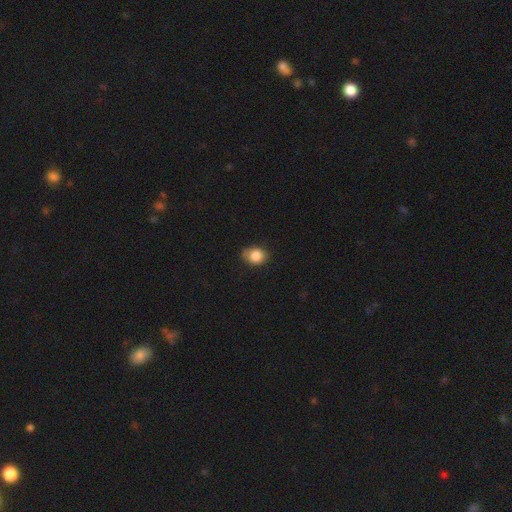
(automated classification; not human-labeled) smooth 84%, star or artifact 9%, featured or disk 7%. Down the decision tree: how rounded — in between (51%); merging — none (71%).